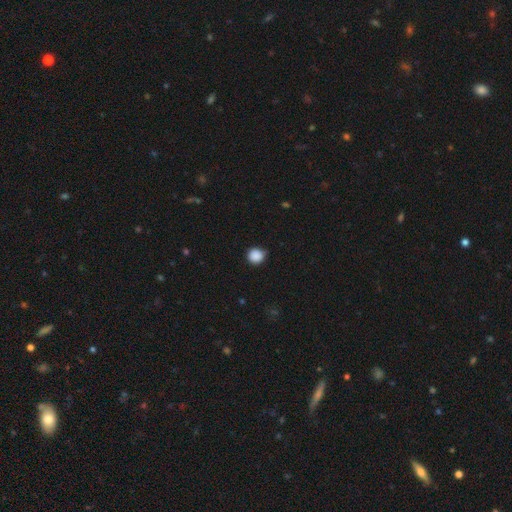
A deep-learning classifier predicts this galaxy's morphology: Smooth or featured? Predicted: smooth (p=0.88). How rounded? Predicted: round (p=0.91). Merging? Predicted: none (p=0.81).